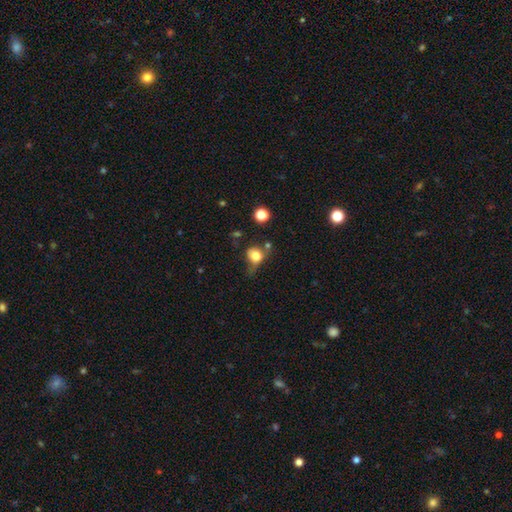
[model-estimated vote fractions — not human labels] The model was most divided on "merging": none: 38%, minor disturbance: 31%, major disturbance: 21%, merger: 10%. More confident: smooth or featured — smooth (76%); how rounded — round (72%).